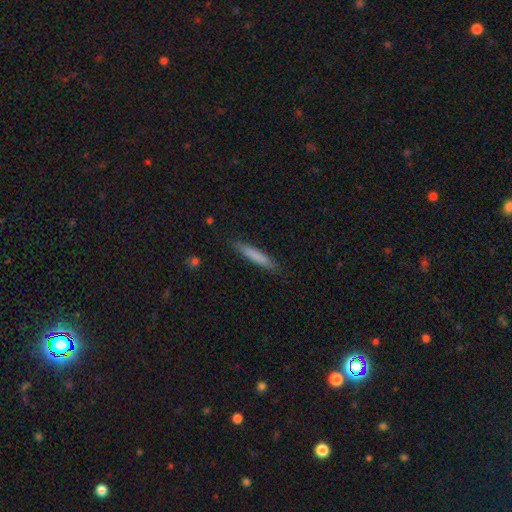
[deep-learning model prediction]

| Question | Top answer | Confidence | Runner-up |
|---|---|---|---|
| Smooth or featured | smooth | 79% | featured or disk (15%) |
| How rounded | cigar-shaped | 92% | in between (7%) |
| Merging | none | 87% | minor disturbance (10%) |